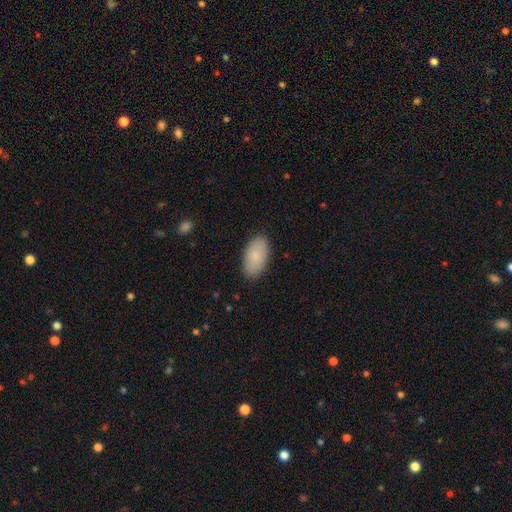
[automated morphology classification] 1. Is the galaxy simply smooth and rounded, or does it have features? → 85% smooth, 9% featured or disk, 6% star or artifact.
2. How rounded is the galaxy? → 95% in between, 3% round, 2% cigar-shaped.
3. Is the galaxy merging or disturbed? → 87% none, 10% minor disturbance, 2% major disturbance, 1% merger.